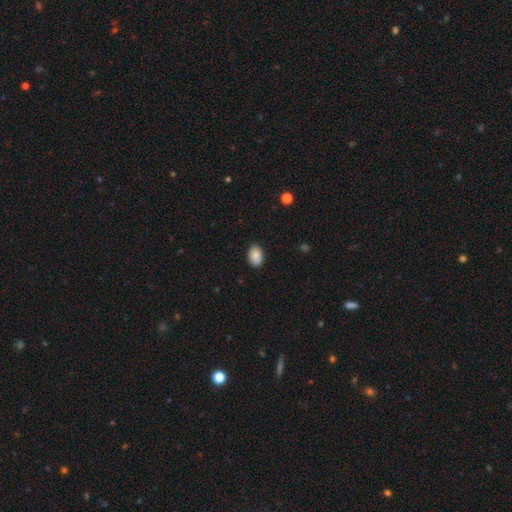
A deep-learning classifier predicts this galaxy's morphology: Smooth or featured: smooth — 87% (star or artifact — 8%)
How rounded: in between — 82% (round — 17%)
Merging: none — 86% (minor disturbance — 11%)